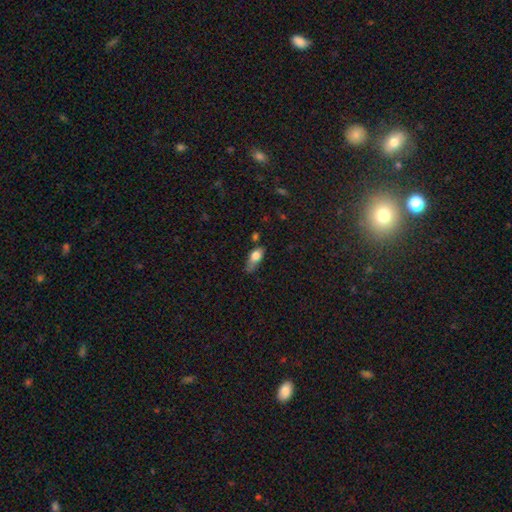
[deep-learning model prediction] Overall: smooth (75%). How rounded: in between (78%). Merging: none (41%; minor disturbance 39%).